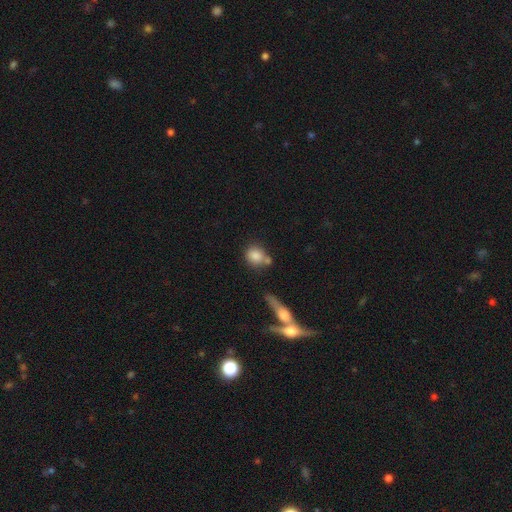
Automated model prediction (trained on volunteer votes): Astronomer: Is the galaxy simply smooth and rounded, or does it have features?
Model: smooth — 82%.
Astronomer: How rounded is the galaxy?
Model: round — 79%.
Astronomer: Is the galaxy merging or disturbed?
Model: none — 54%.